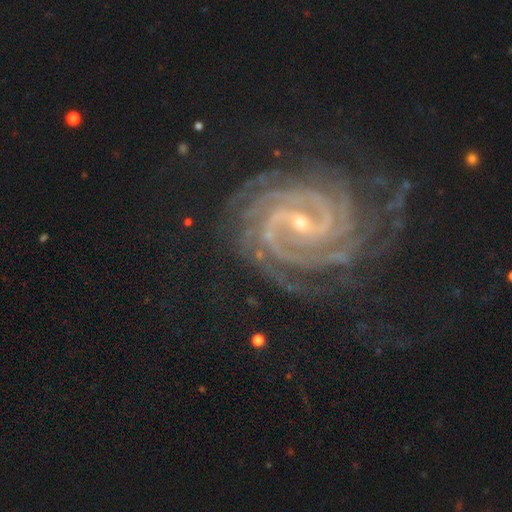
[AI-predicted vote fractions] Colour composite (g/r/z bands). It shows a featured or disk galaxy (91%) with a weak bar (41%), 2 (23%) tight (81%) spiral arms (99%) and a small central bulge (71%). Merging: none (76%).